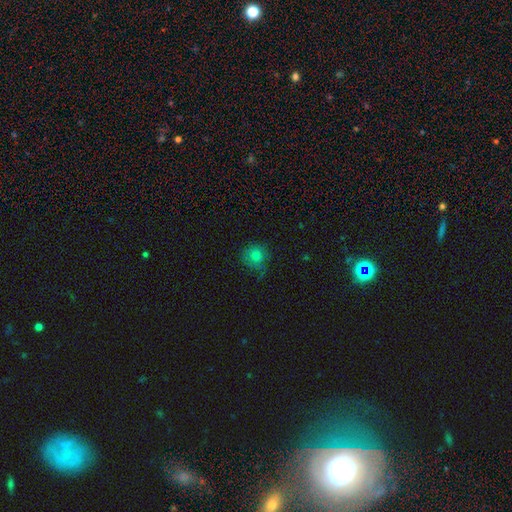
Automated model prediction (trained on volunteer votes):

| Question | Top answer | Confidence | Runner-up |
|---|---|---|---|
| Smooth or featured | smooth | 76% | star or artifact (13%) |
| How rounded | round | 88% | in between (11%) |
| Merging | none | 63% | minor disturbance (25%) |